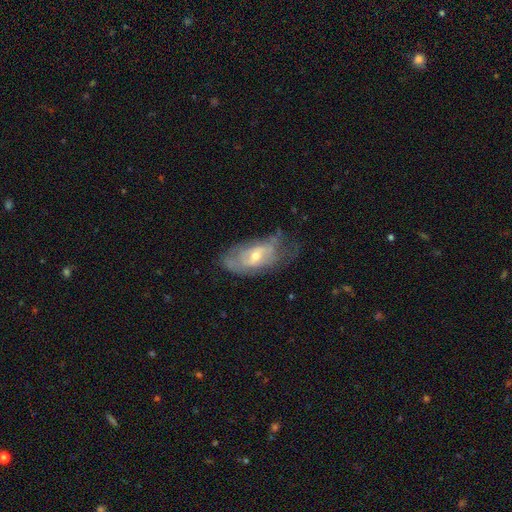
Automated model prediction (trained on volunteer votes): smooth_or_featured: featured or disk (p=0.64) [alt: smooth p=0.29]
disk_edge_on: no (p=0.90) [alt: yes p=0.10]
bar: no (p=0.55) [alt: weak p=0.35]
has_spiral_arms: yes (p=0.59) [alt: no p=0.41]
bulge_size: moderate (p=0.48) [tied with: small p=0.48]
merging: none (p=0.47) [alt: minor disturbance p=0.30]